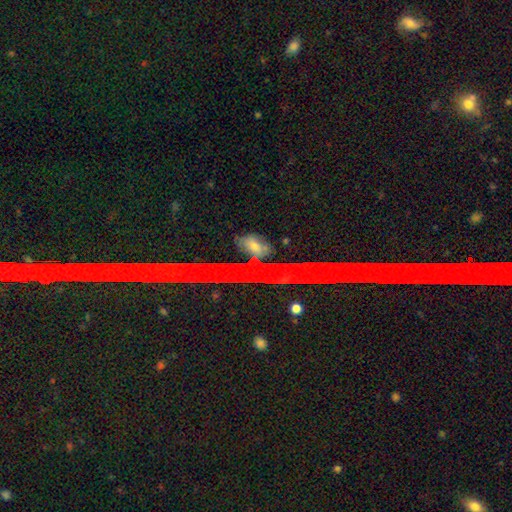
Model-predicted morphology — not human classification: smooth-or-featured: star or artifact: 68% | featured or disk: 17% | smooth: 15%